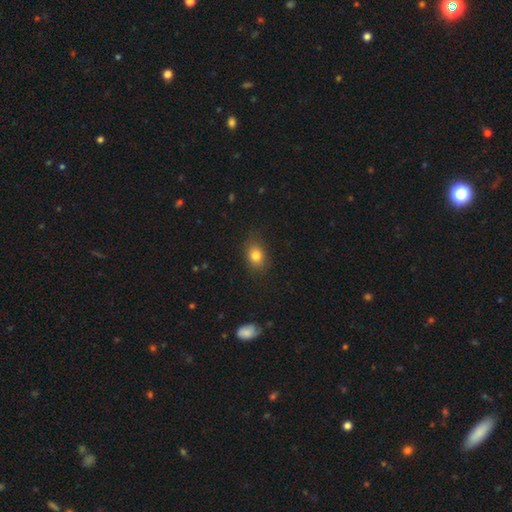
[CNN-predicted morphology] type=smooth (80%); roundness=in between (65%); merging=none (82%).